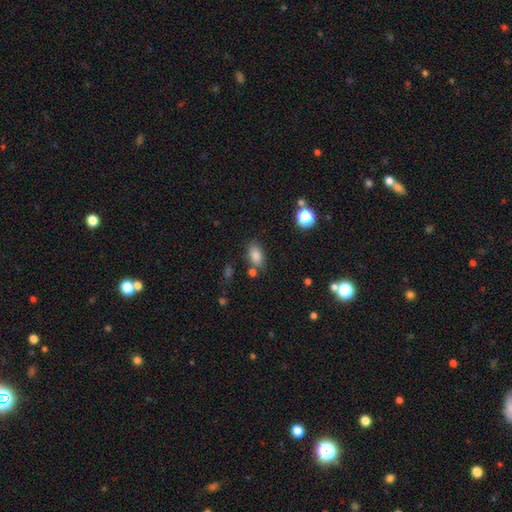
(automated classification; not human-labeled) This is clearly a smooth galaxy (83%). How rounded: clearly in between (88%). Merging: likely none (75%).